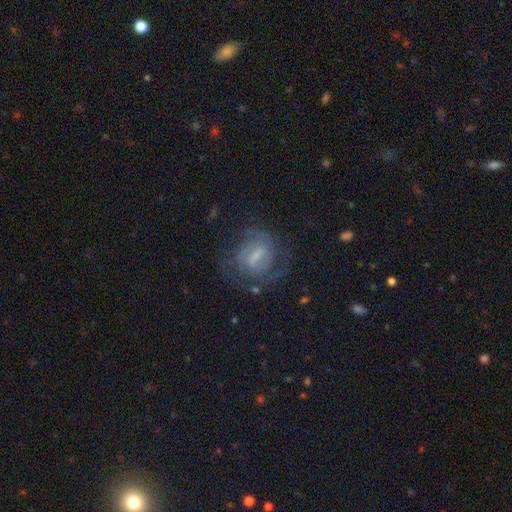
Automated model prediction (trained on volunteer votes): Q: Smooth or featured?
A: featured or disk (71%); runner-up: smooth (20%)
Q: Edge-on disk?
A: no (96%); runner-up: yes (4%)
Q: Bar?
A: weak (51%); runner-up: strong (33%)
Q: Spiral arms?
A: yes (83%); runner-up: no (17%)
Q: Spiral winding?
A: tight (45%); runner-up: medium (42%)
Q: Spiral arm count?
A: 2 (46%); runner-up: can't tell (34%)
Q: Bulge size?
A: small (49%); runner-up: moderate (26%)
Q: Merging?
A: none (62%); runner-up: minor disturbance (18%)